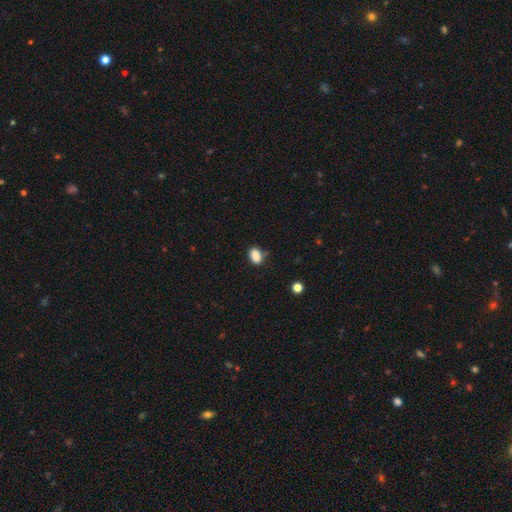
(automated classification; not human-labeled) Q: Smooth or featured?
A: smooth (87%); runner-up: star or artifact (9%)
Q: How rounded?
A: in between (83%); runner-up: round (16%)
Q: Merging?
A: none (76%); runner-up: minor disturbance (17%)